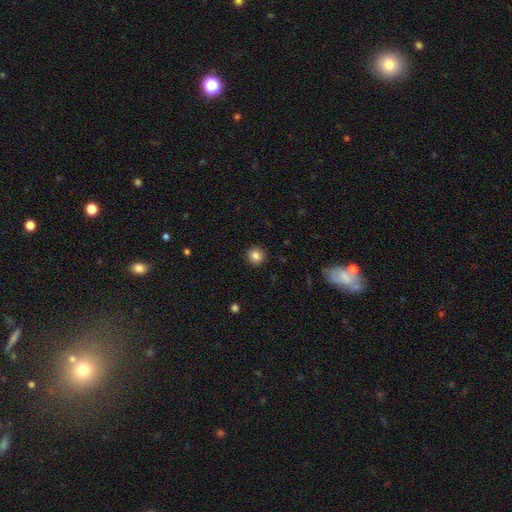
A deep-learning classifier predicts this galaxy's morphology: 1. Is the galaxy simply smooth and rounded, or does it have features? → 84% smooth, 10% star or artifact, 6% featured or disk.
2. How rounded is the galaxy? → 94% round, 5% in between, 1% cigar-shaped.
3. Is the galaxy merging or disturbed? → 93% none, 5% minor disturbance, 2% major disturbance, 1% merger.